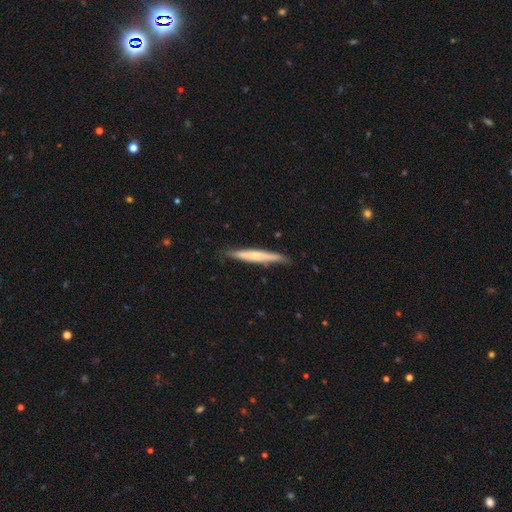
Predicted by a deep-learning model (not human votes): This is possibly a featured or disk galaxy (49%). Merging: clearly none (82%).